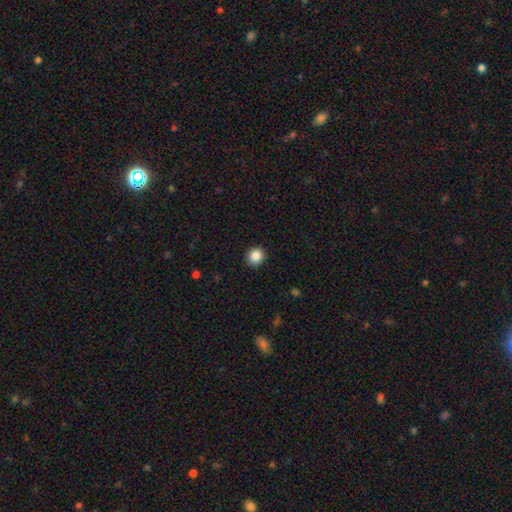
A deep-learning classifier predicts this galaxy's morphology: smooth-or-featured: smooth: 87% | star or artifact: 9% | featured or disk: 4%
  how-rounded: round: 87% | in between: 12% | cigar-shaped: 1%
  merging: none: 91% | minor disturbance: 6% | major disturbance: 2% | merger: 1%